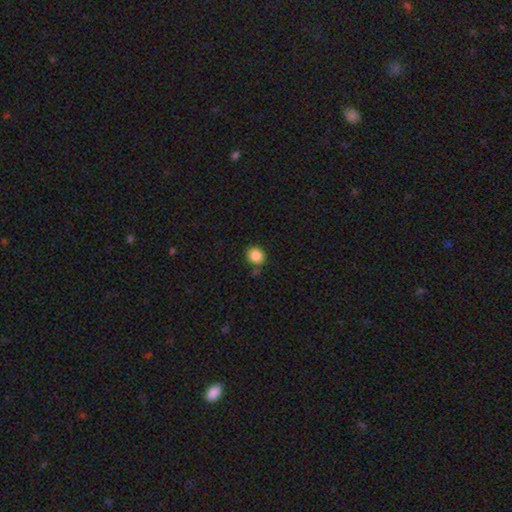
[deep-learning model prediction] smooth 87%, star or artifact 10%, featured or disk 3%. Down the decision tree: how rounded — round (75%); merging — none (77%).